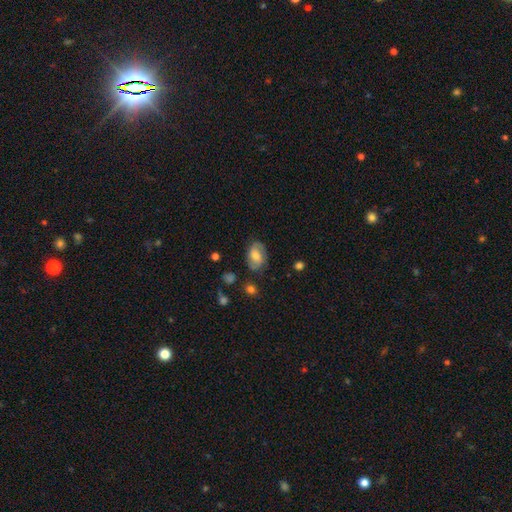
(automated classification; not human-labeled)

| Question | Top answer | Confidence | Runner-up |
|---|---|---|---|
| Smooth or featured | featured or disk | 49% | smooth (43%) |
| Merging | none | 73% | minor disturbance (19%) |